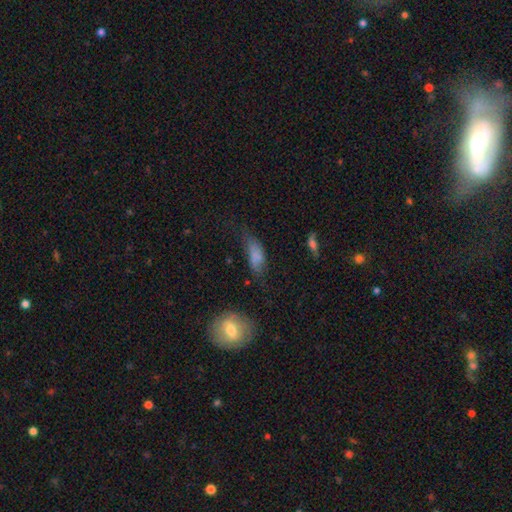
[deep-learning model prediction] smooth 72%, featured or disk 17%, star or artifact 11%. Down the decision tree: how rounded — in between (76%); merging — none (35%).